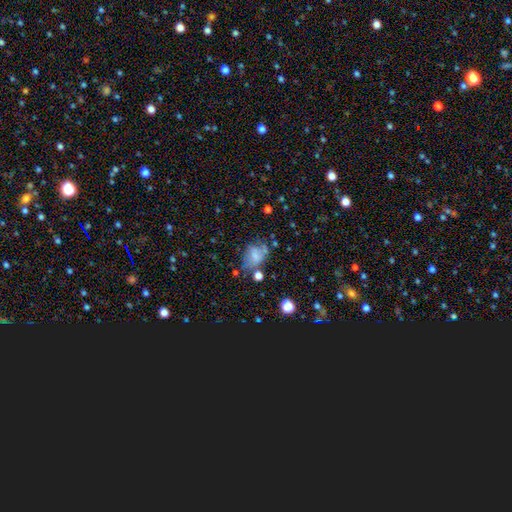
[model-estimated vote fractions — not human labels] Q: Smooth or featured?
A: smooth (61%); runner-up: featured or disk (27%)
Q: How rounded?
A: in between (73%); runner-up: round (26%)
Q: Merging?
A: none (40%); runner-up: minor disturbance (28%)